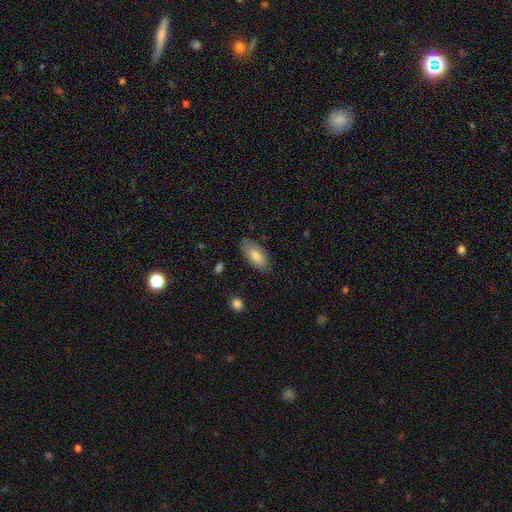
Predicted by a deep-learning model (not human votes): Q: Smooth or featured?
A: smooth (79%); runner-up: featured or disk (14%)
Q: How rounded?
A: in between (85%); runner-up: cigar-shaped (13%)
Q: Merging?
A: none (84%); runner-up: minor disturbance (13%)